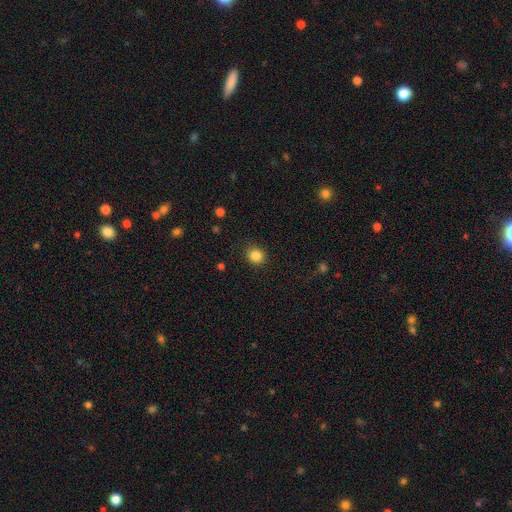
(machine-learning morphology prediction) type=smooth (85%); roundness=round (86%); merging=none (89%).